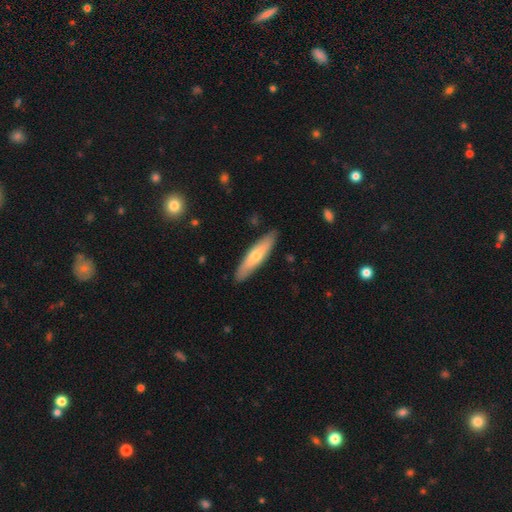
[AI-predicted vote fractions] A smooth galaxy with no disk features (61%) that is cigar-shaped (78%). Merging: none (88%).